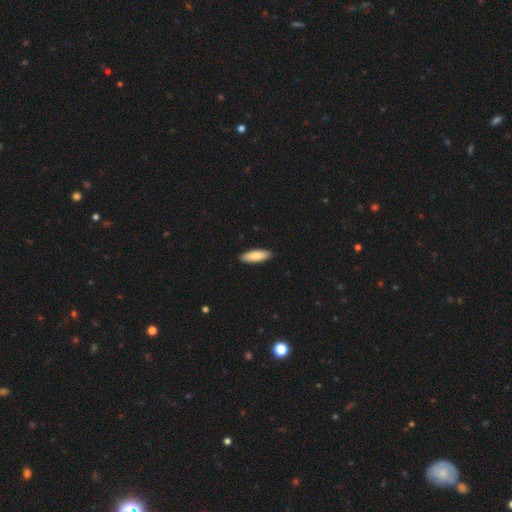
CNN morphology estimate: Overall: smooth (85%). How rounded: in between (54%; cigar-shaped 44%). Merging: none (91%).